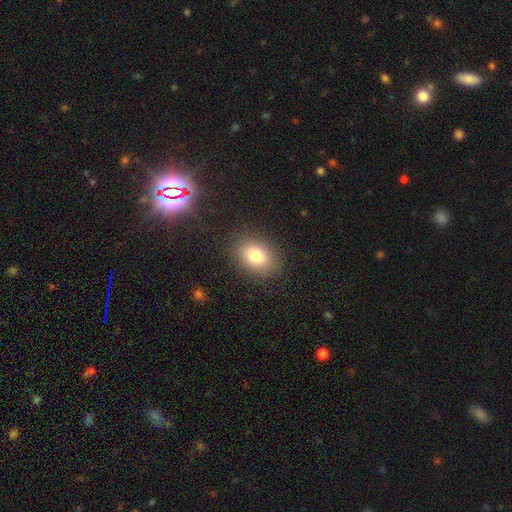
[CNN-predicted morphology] smooth-or-featured: smooth: 80% | star or artifact: 10% | featured or disk: 9%
  how-rounded: in between: 70% | round: 29% | cigar-shaped: 1%
  merging: none: 86% | minor disturbance: 9% | major disturbance: 4% | merger: 1%